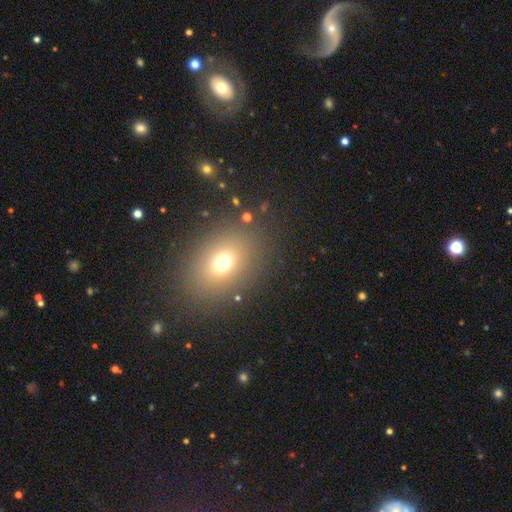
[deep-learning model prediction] smooth_or_featured: smooth (p=0.59) [alt: star or artifact p=0.27]
how_rounded: in between (p=0.62) [alt: round p=0.36]
merging: none (p=0.85) [alt: minor disturbance p=0.08]